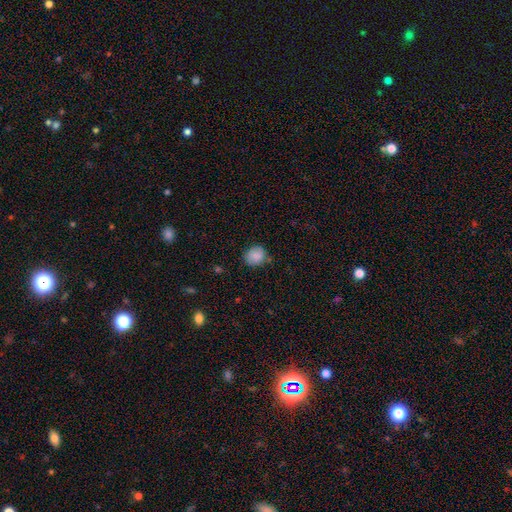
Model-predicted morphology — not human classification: Smooth or featured? Predicted: smooth (p=0.85). How rounded? Predicted: round (p=0.73). Merging? Predicted: none (p=0.74).